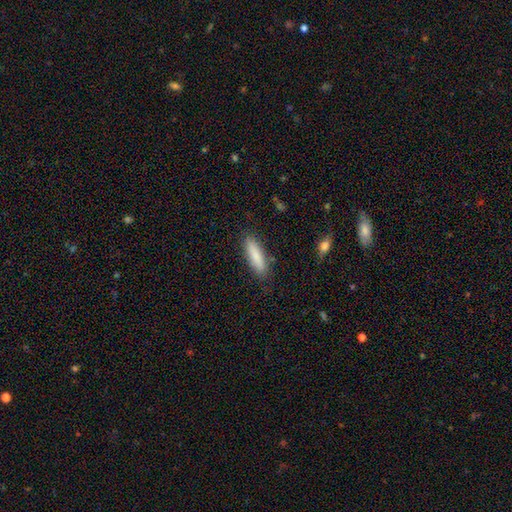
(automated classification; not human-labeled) A smooth galaxy with no disk features (85%) that is cigar-shaped (64%). Merging: none (86%).